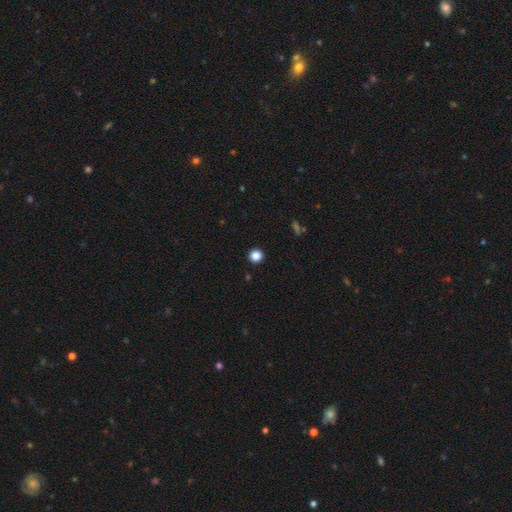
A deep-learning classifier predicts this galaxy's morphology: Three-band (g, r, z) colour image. It shows a smooth galaxy with no disk features (85%) that is round (95%). Merging: none (93%).